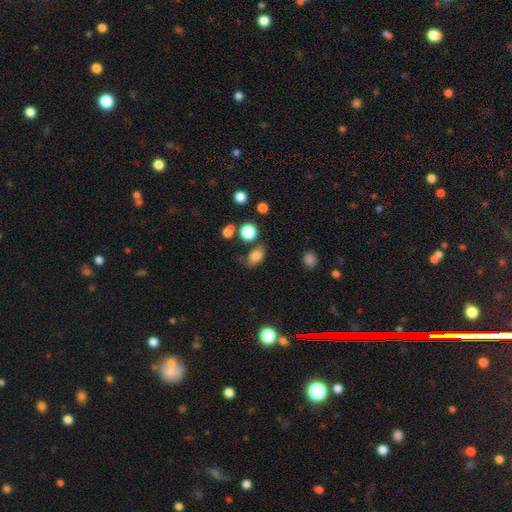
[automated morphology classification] Smooth or featured: smooth — 80% (star or artifact — 12%)
How rounded: in between — 78% (round — 21%)
Merging: none — 64% (minor disturbance — 21%)